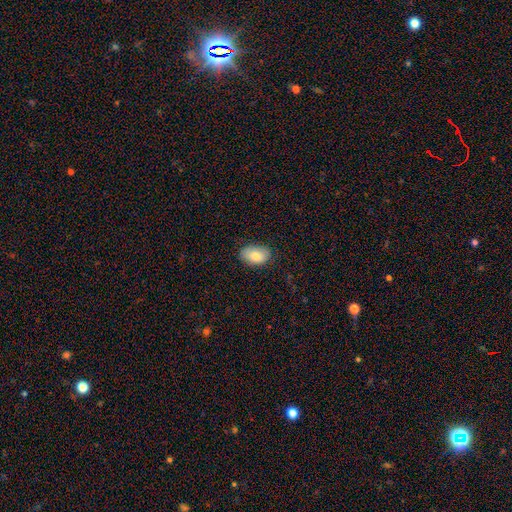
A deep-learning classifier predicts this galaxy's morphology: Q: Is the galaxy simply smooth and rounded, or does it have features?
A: smooth — 83%.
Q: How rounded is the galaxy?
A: in between — 90%.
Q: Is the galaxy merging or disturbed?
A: none — 78%.